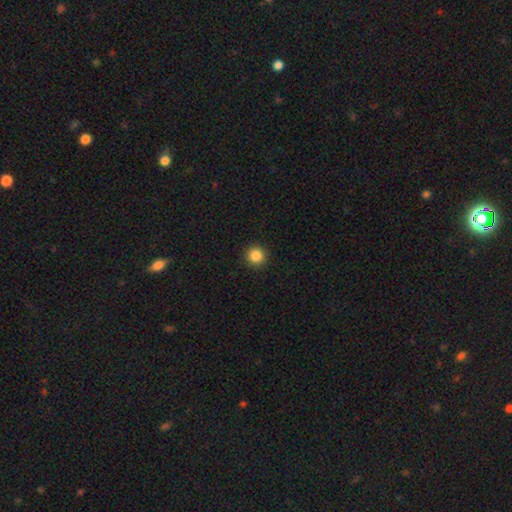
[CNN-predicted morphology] type=smooth (86%); roundness=round (95%); merging=none (93%).